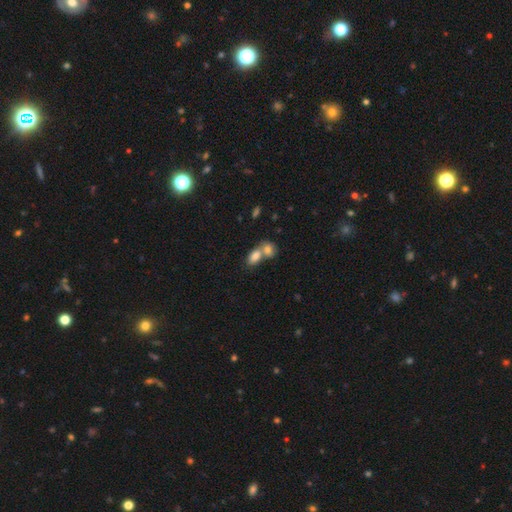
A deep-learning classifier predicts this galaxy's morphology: type=smooth (82%); roundness=in between (86%); merging=merger (62%).